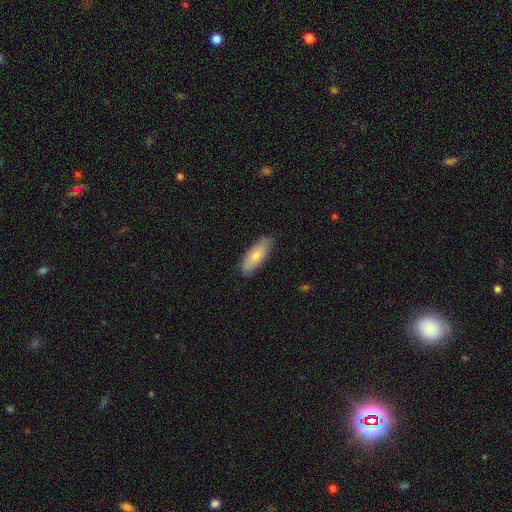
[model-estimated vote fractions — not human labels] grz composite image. It shows a smooth galaxy with no disk features (73%) that is in between round and cigar-shaped (72%). Merging: none (81%).